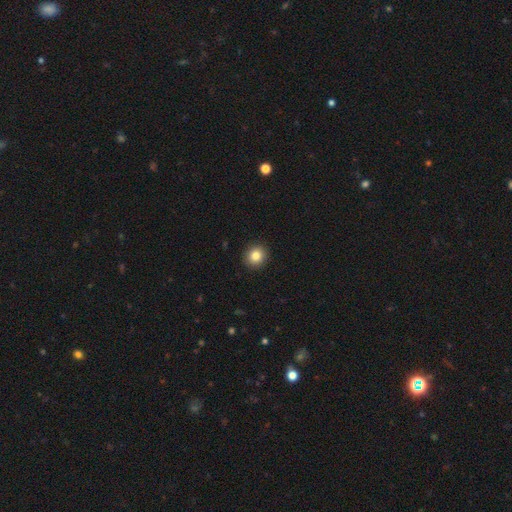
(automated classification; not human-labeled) Smooth or featured? smooth (84%)
How rounded? round (86%)
Merging? none (93%)